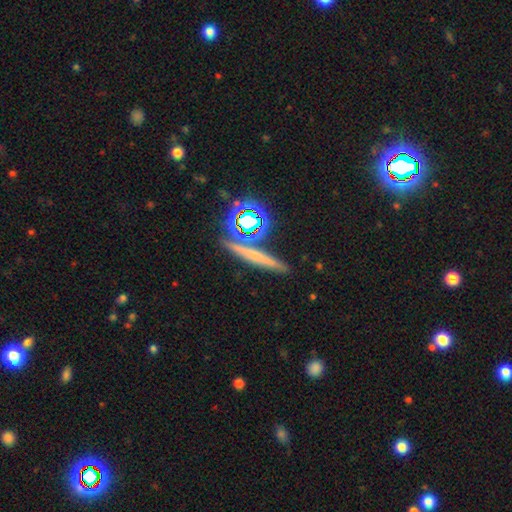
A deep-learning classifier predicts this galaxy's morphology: Smooth or featured?
  - smooth: 49% *
  - featured or disk: 30%
  - star or artifact: 22%
Merging?
  - none: 80% *
  - minor disturbance: 9%
  - merger: 8%
  - major disturbance: 3%